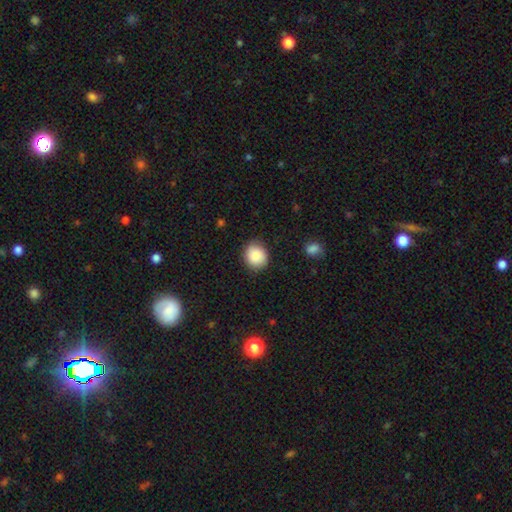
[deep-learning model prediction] A smooth galaxy with no disk features (87%) that is round (77%).

Vote fractions:
- Smooth or featured? smooth: 87% / star or artifact: 7% / featured or disk: 5%
- How rounded? round: 77% / in between: 22% / cigar-shaped: 1%
- Merging? none: 86% / minor disturbance: 10% / major disturbance: 3% / merger: 1%